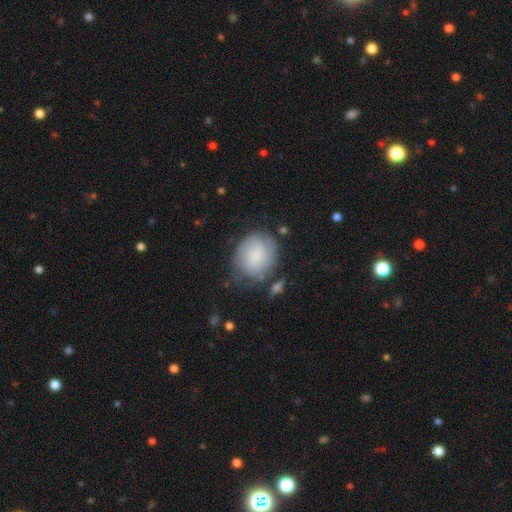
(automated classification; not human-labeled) Smooth or featured? Predicted: smooth (p=0.69). How rounded? Predicted: round (p=0.53). Merging? Predicted: none (p=0.58).